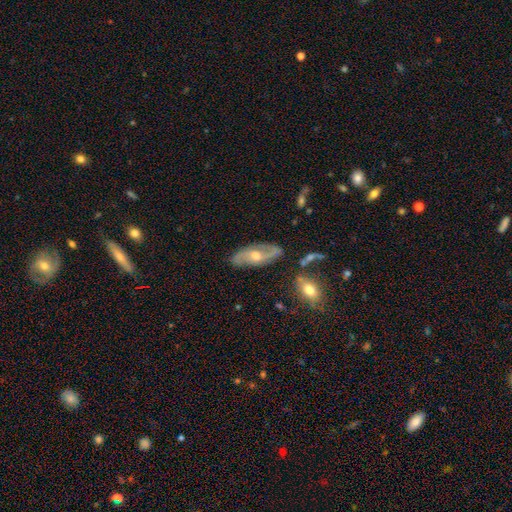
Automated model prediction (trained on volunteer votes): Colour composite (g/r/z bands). It shows a featured or disk galaxy (73%) with no bar (53%), 2 (86%) loose (41%) spiral arms (87%) and a moderate central bulge (69%). Merging: none (77%).